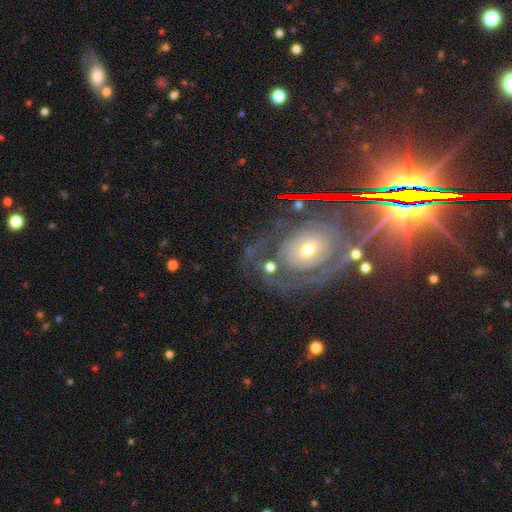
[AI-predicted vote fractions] featured or disk 70%, star or artifact 16%, smooth 14%. Down the decision tree: edge-on disk — no (95%); bar — no (73%); spiral arms — yes (74%); bulge size — small (53%); merging — none (65%).